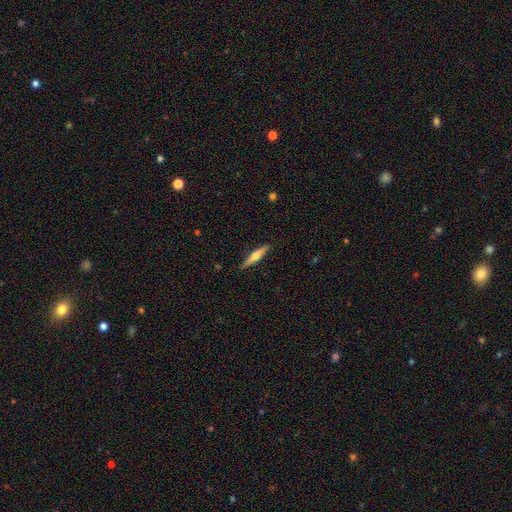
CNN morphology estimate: Overall: featured or disk (58%; smooth 36%). Edge-on disk: yes (97%). Edge-on bulge: rounded (91%). Merging: none (89%).